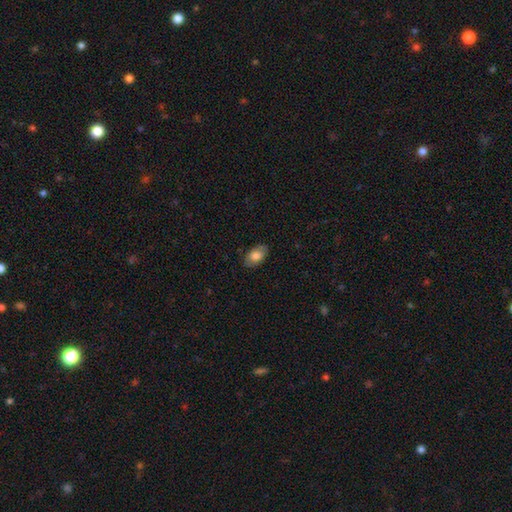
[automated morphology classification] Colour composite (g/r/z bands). It shows a smooth galaxy with no disk features (79%) that is in between round and cigar-shaped (93%). Merging: none (84%).